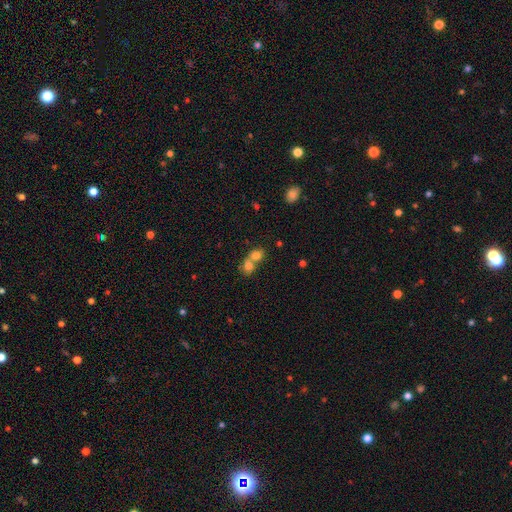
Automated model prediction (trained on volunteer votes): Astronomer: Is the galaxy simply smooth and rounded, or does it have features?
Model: smooth — 75%.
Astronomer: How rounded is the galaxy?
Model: round — 66%.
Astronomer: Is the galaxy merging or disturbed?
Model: merger — 69%.